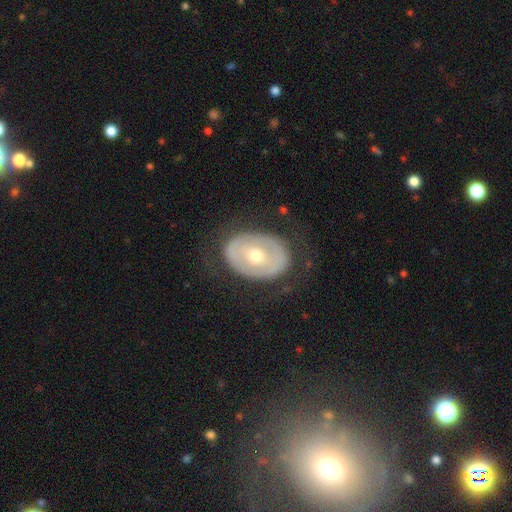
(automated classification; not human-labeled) Smooth or featured: featured or disk — 58% (smooth — 35%)
Edge-on disk: no — 93% (yes — 7%)
Bar: no — 64% (weak — 22%)
Spiral arms: no — 81% (yes — 19%)
Bulge size: moderate — 57% (small — 38%)
Merging: none — 75% (minor disturbance — 15%)